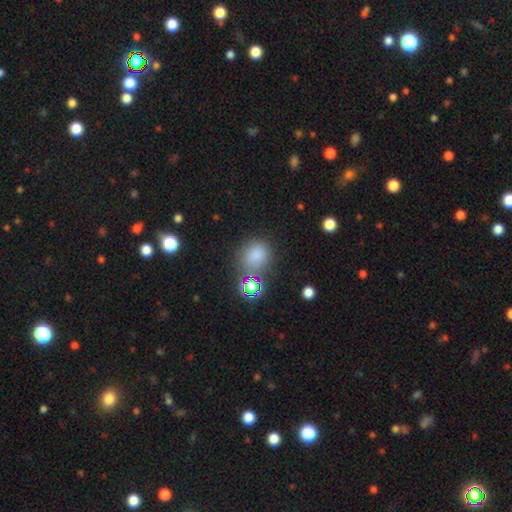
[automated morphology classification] Smooth or featured? smooth (76%)
How rounded? round (77%)
Merging? none (73%)